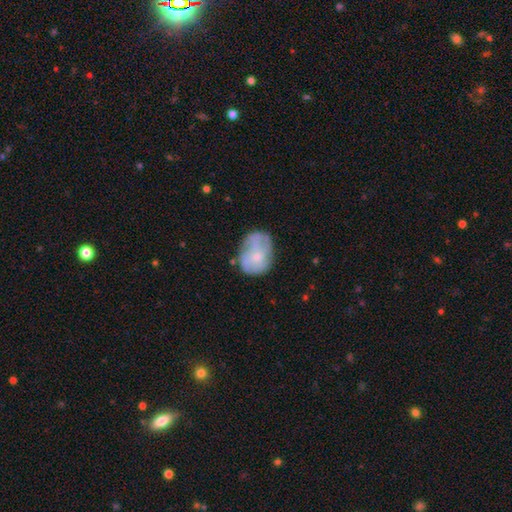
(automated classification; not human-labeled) Q: Smooth or featured?
A: featured or disk (49%); runner-up: smooth (43%)
Q: Merging?
A: none (56%); runner-up: minor disturbance (28%)